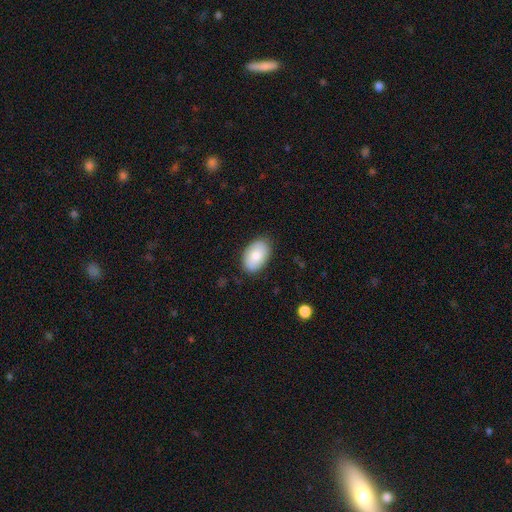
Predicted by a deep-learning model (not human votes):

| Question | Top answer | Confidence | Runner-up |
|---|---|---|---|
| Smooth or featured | smooth | 80% | featured or disk (14%) |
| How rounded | in between | 90% | round (9%) |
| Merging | none | 85% | minor disturbance (12%) |